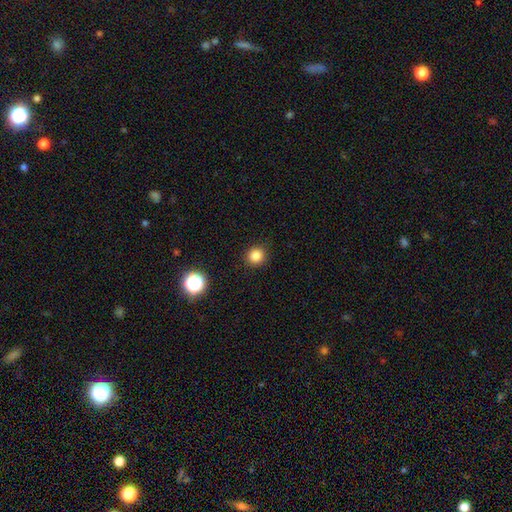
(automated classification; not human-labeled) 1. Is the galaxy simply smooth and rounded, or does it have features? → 83% smooth, 13% star or artifact, 4% featured or disk.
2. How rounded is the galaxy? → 93% round, 6% in between, 1% cigar-shaped.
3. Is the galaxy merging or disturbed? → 91% none, 6% minor disturbance, 2% major disturbance, 1% merger.